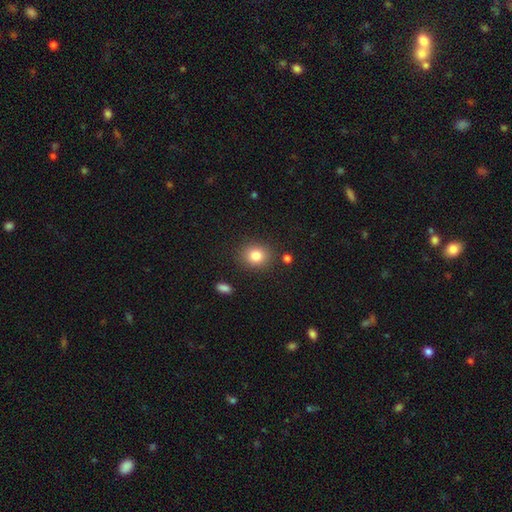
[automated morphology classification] A smooth galaxy with no disk features (82%) that is round (71%). Merging: none (86%).